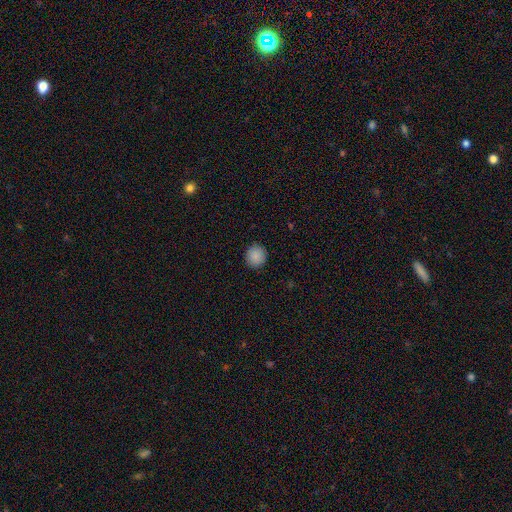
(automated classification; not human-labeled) A smooth galaxy with no disk features (88%) that is round (92%).

Vote fractions:
- Smooth or featured? smooth: 88% / star or artifact: 9% / featured or disk: 3%
- How rounded? round: 92% / in between: 7% / cigar-shaped: 1%
- Merging? none: 92% / minor disturbance: 5% / major disturbance: 2% / merger: 1%